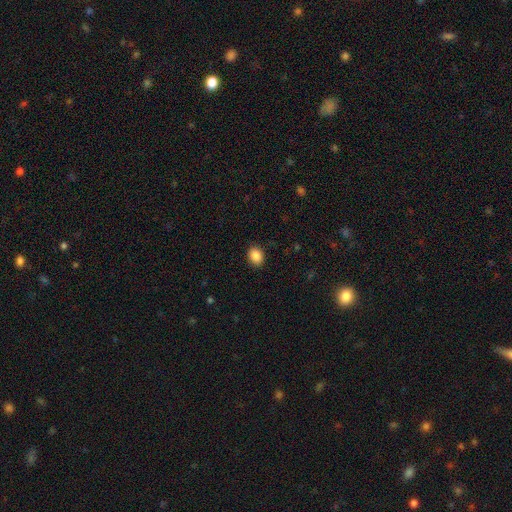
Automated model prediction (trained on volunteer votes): A smooth galaxy with no disk features (88%) that is in between round and cigar-shaped (53%). Merging: none (89%).